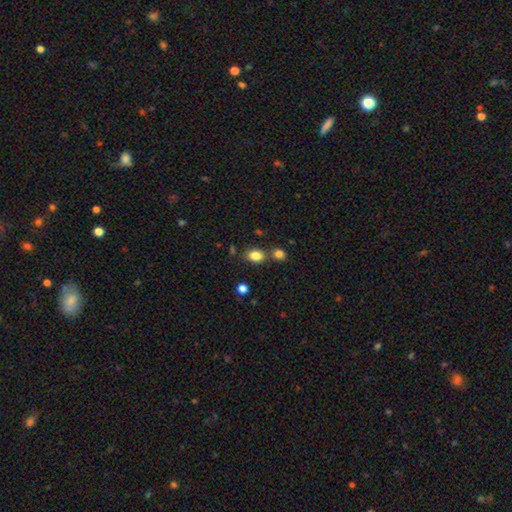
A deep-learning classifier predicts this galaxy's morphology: smooth 84%, star or artifact 10%, featured or disk 6%. Down the decision tree: how rounded — in between (72%); merging — none (66%).